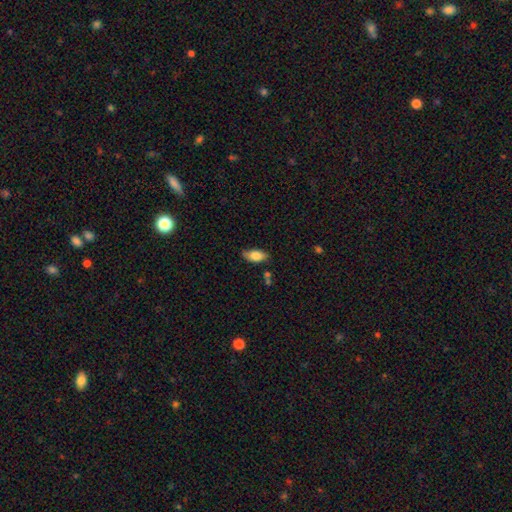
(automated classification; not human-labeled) This is likely a smooth galaxy (80%). How rounded: clearly in between (90%). Merging: likely none (73%).